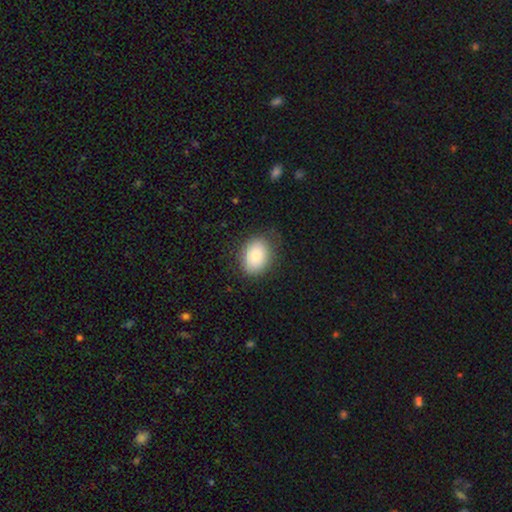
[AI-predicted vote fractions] Q: Smooth or featured?
A: smooth (82%); runner-up: featured or disk (10%)
Q: How rounded?
A: in between (65%); runner-up: round (34%)
Q: Merging?
A: none (80%); runner-up: minor disturbance (15%)